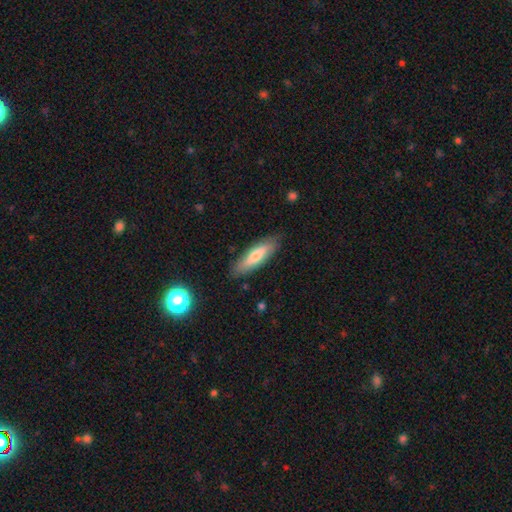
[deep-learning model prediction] smooth 68%, featured or disk 26%, star or artifact 6%. Down the decision tree: how rounded — cigar-shaped (62%); merging — none (84%).